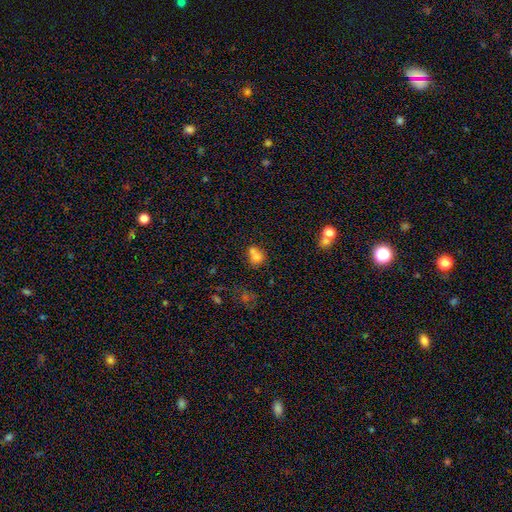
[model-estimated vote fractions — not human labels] smooth-or-featured: smooth: 72% | featured or disk: 15% | star or artifact: 13%
  how-rounded: round: 65% | in between: 34% | cigar-shaped: 1%
  merging: merger: 53% | none: 32% | minor disturbance: 10% | major disturbance: 5%